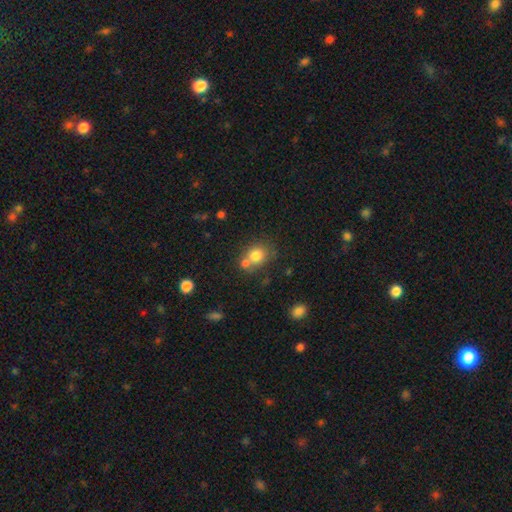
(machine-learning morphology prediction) smooth_or_featured: smooth (p=0.78) [alt: star or artifact p=0.11]
how_rounded: round (p=0.72) [alt: in between p=0.27]
merging: none (p=0.52) [alt: merger p=0.33]